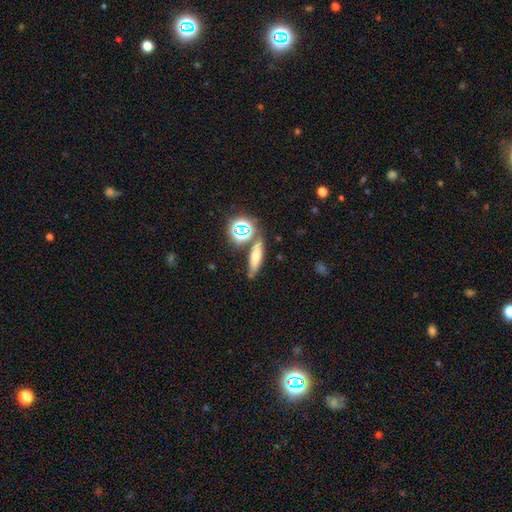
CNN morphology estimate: type=smooth (61%); roundness=cigar-shaped (57%); merging=none (73%).